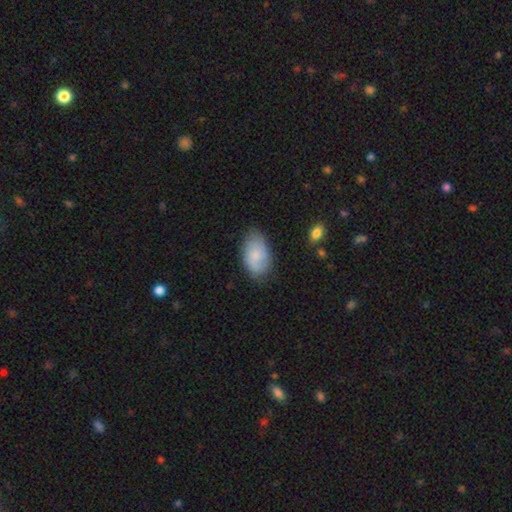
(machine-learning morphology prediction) Smooth or featured? Predicted: smooth (p=0.74). How rounded? Predicted: in between (p=0.92). Merging? Predicted: none (p=0.73).